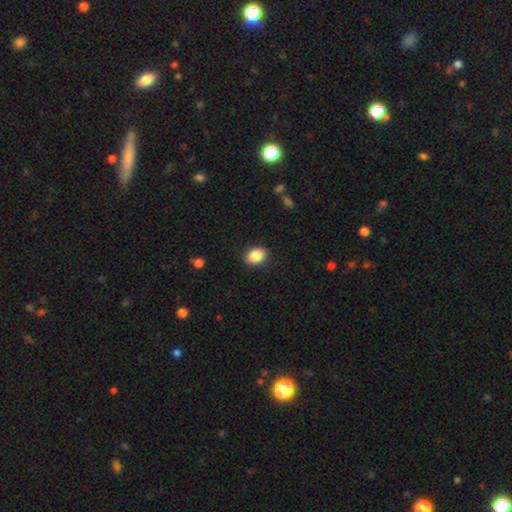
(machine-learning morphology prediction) Q: Smooth or featured?
A: smooth (87%); runner-up: star or artifact (8%)
Q: How rounded?
A: in between (71%); runner-up: round (28%)
Q: Merging?
A: none (88%); runner-up: minor disturbance (9%)